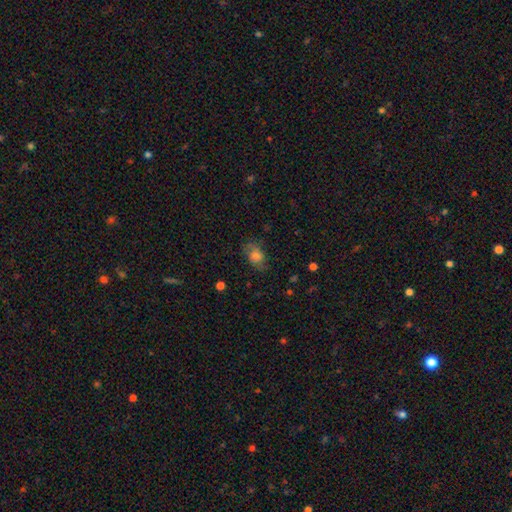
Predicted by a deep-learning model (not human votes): A smooth galaxy with no disk features (70%) that is in between round and cigar-shaped (77%).

Vote fractions:
- Smooth or featured? smooth: 70% / featured or disk: 18% / star or artifact: 12%
- How rounded? in between: 77% / round: 21% / cigar-shaped: 2%
- Merging? none: 70% / minor disturbance: 20% / major disturbance: 8% / merger: 1%